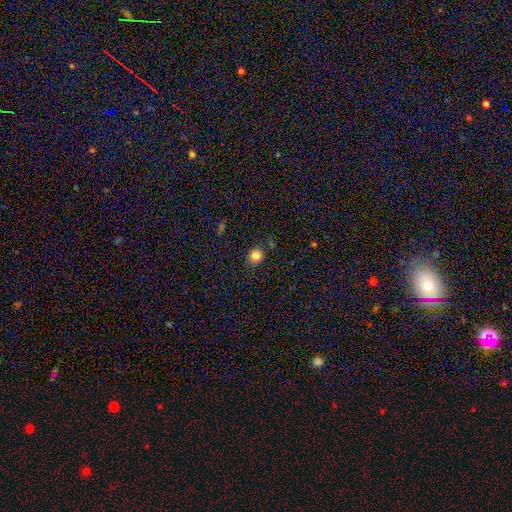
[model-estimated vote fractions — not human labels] smooth_or_featured: smooth (p=0.81) [alt: star or artifact p=0.12]
how_rounded: round (p=0.79) [alt: in between p=0.20]
merging: none (p=0.79) [alt: minor disturbance p=0.15]